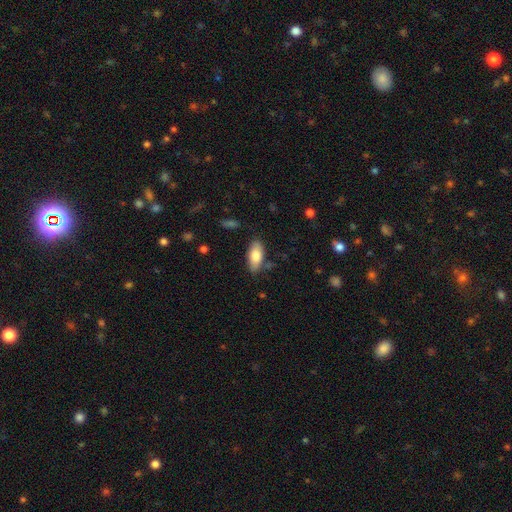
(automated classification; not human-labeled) smooth 79%, featured or disk 15%, star or artifact 6%. Down the decision tree: how rounded — in between (87%); merging — none (80%).